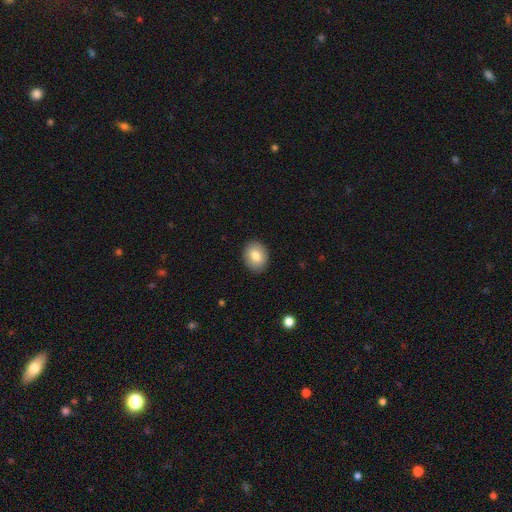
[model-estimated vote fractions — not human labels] Overall: smooth (82%). How rounded: in between (55%; round 44%). Merging: none (90%).